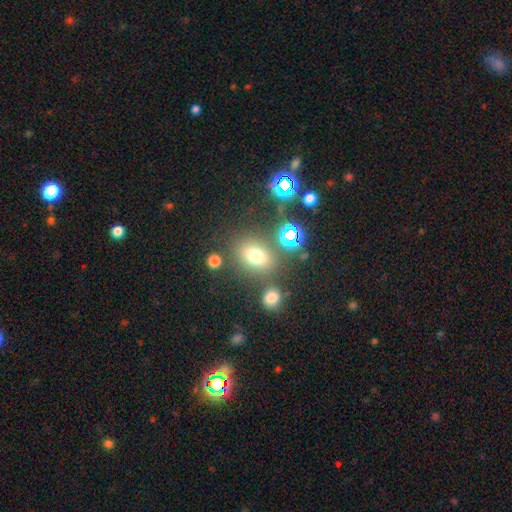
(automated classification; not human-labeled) Smooth or featured? Predicted: smooth (p=0.67). How rounded? Predicted: in between (p=0.52). Merging? Predicted: none (p=0.73).